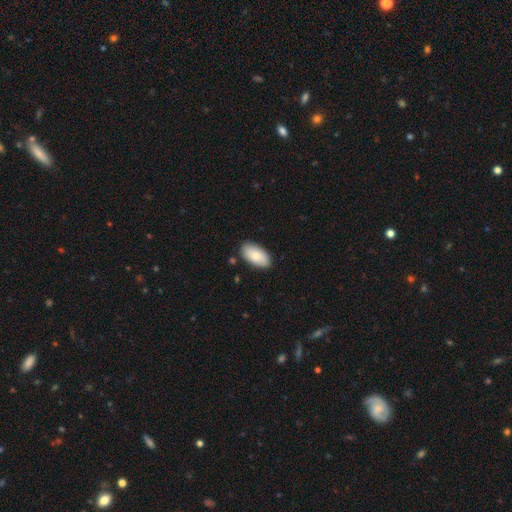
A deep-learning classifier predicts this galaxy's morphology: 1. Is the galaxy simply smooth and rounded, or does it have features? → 79% smooth, 15% featured or disk, 6% star or artifact.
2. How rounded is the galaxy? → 95% in between, 3% round, 2% cigar-shaped.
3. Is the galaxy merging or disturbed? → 85% none, 11% minor disturbance, 2% major disturbance, 2% merger.